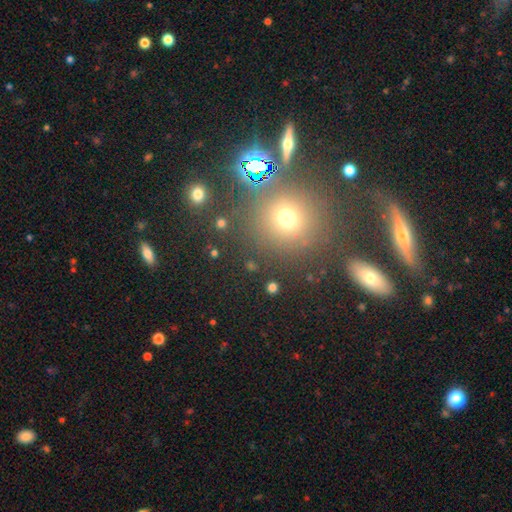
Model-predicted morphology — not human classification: Smooth or featured? Predicted: smooth (p=0.50). Merging? Predicted: none (p=0.74).